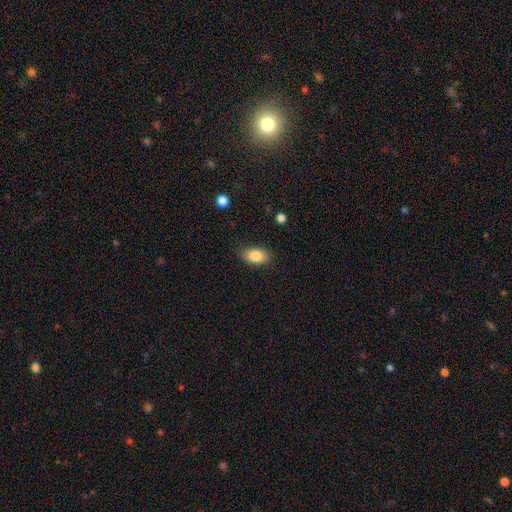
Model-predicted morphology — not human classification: A smooth galaxy with no disk features (84%) that is in between round and cigar-shaped (88%). Merging: none (83%).